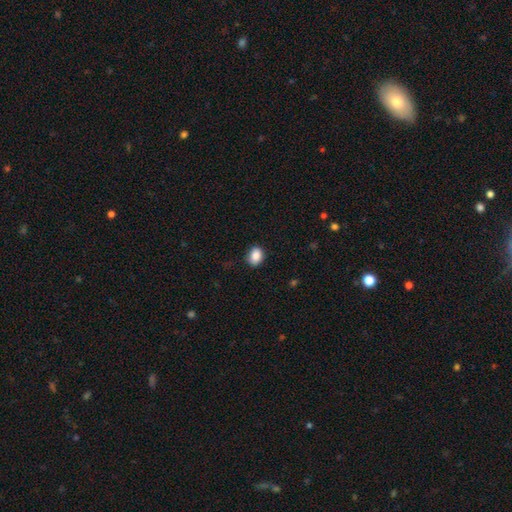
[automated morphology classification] A smooth galaxy with no disk features (87%) that is in between round and cigar-shaped (61%).

Vote fractions:
- Smooth or featured? smooth: 87% / star or artifact: 9% / featured or disk: 5%
- How rounded? in between: 61% / round: 37% / cigar-shaped: 1%
- Merging? none: 83% / minor disturbance: 13% / major disturbance: 3% / merger: 1%